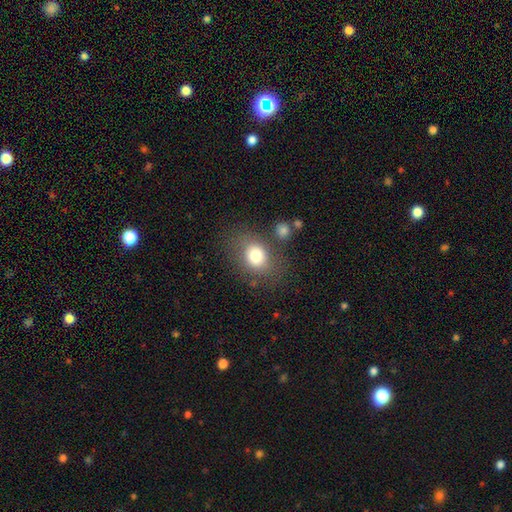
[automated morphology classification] This appears to be a smooth galaxy with no disk features (77%) that is in between round and cigar-shaped (52%). Merging: none (70%).